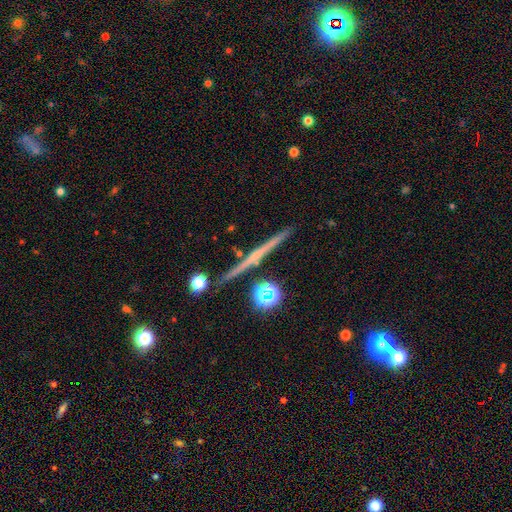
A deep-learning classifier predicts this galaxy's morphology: type=featured or disk (65%); edge-on=yes (97%); edge-on bulge=none (68%); merging=none (89%).